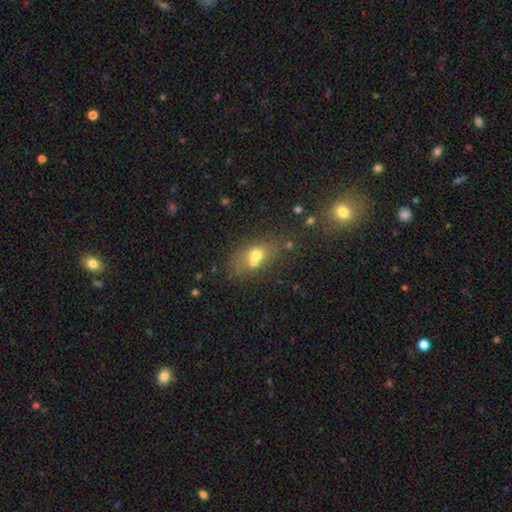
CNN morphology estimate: smooth 60%, featured or disk 25%, star or artifact 15%. Down the decision tree: how rounded — in between (58%); merging — merger (45%).